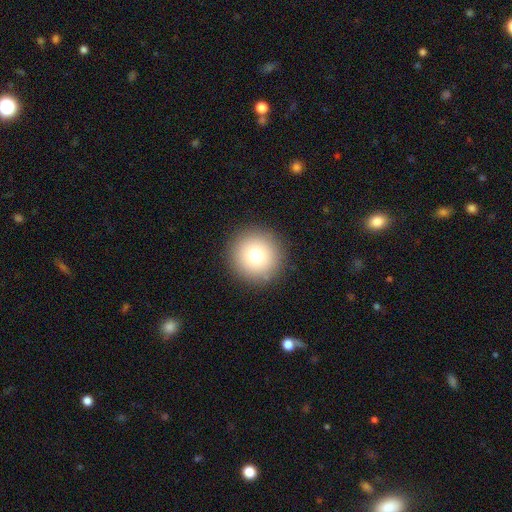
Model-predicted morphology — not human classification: smooth_or_featured: smooth (p=0.77) [alt: star or artifact p=0.12]
how_rounded: round (p=0.96) [alt: in between p=0.03]
merging: none (p=0.91) [alt: minor disturbance p=0.05]